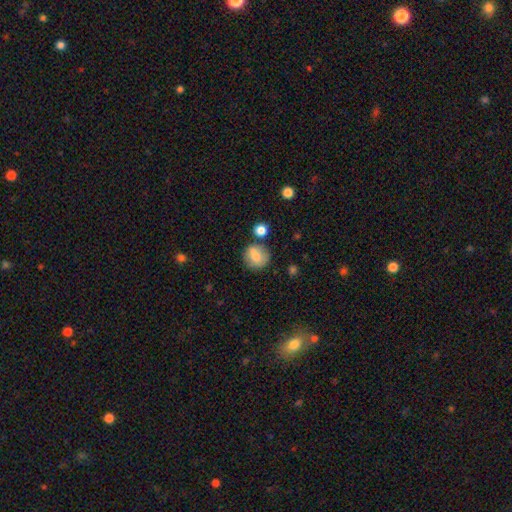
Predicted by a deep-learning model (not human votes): A smooth galaxy with no disk features (76%) that is round (86%). Merging: none (67%).